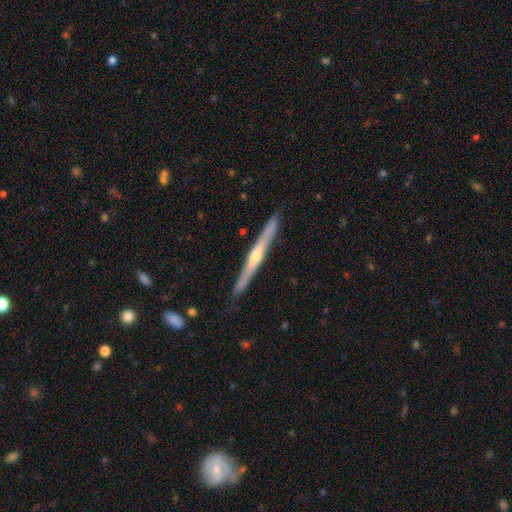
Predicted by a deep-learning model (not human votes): featured or disk 75%, smooth 19%, star or artifact 6%. Down the decision tree: edge-on disk — yes (98%); edge-on bulge — rounded (80%); merging — none (89%).